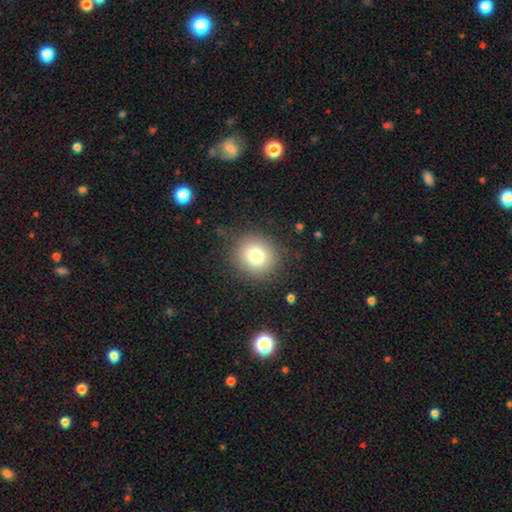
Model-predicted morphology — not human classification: This is likely a smooth galaxy (78%). How rounded: clearly round (90%). Merging: clearly none (87%).